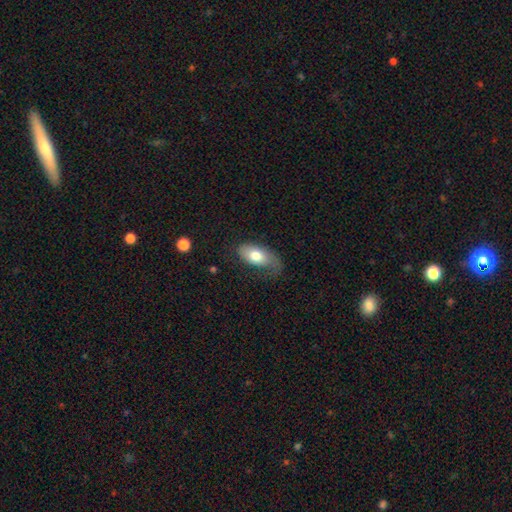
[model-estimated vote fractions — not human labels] Q: Smooth or featured?
A: smooth (70%); runner-up: featured or disk (24%)
Q: How rounded?
A: in between (92%); runner-up: round (4%)
Q: Merging?
A: none (42%); runner-up: minor disturbance (31%)